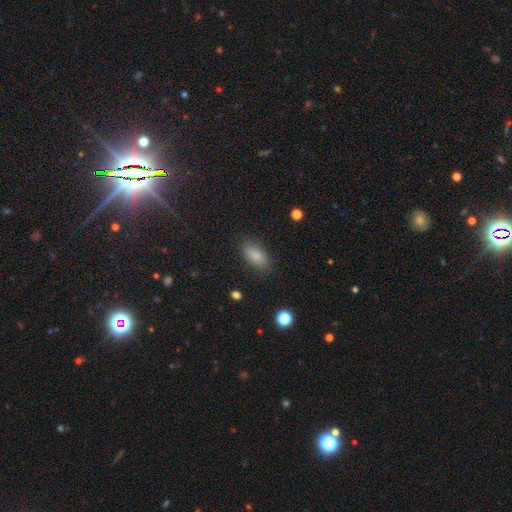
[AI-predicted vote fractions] Smooth or featured: smooth — 85% (star or artifact — 9%)
How rounded: in between — 88% (cigar-shaped — 8%)
Merging: none — 84% (minor disturbance — 11%)